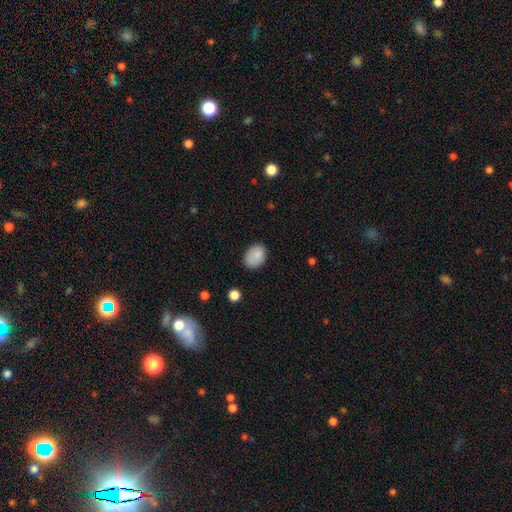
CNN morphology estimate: Smooth or featured?
  - smooth: 86% *
  - star or artifact: 8%
  - featured or disk: 7%
How rounded?
  - in between: 74% *
  - round: 25%
  - cigar-shaped: 1%
Merging?
  - none: 74% *
  - minor disturbance: 20%
  - major disturbance: 4%
  - merger: 2%